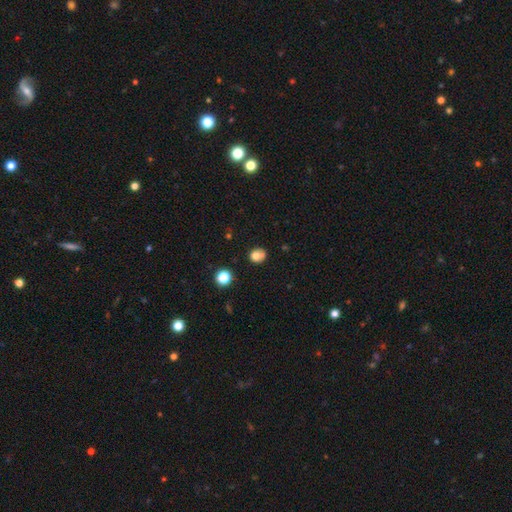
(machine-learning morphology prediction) Smooth or featured? smooth (75%)
How rounded? round (72%)
Merging? none (60%)